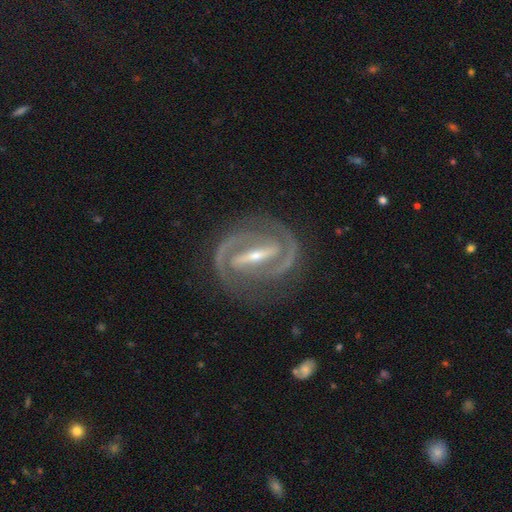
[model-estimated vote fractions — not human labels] Q: Smooth or featured?
A: featured or disk (92%); runner-up: star or artifact (4%)
Q: Edge-on disk?
A: no (95%); runner-up: yes (5%)
Q: Bar?
A: strong (83%); runner-up: weak (13%)
Q: Spiral arms?
A: yes (97%); runner-up: no (3%)
Q: Spiral winding?
A: tight (56%); runner-up: medium (38%)
Q: Spiral arm count?
A: 2 (91%); runner-up: 3 (3%)
Q: Bulge size?
A: small (63%); runner-up: moderate (32%)
Q: Merging?
A: none (82%); runner-up: minor disturbance (12%)